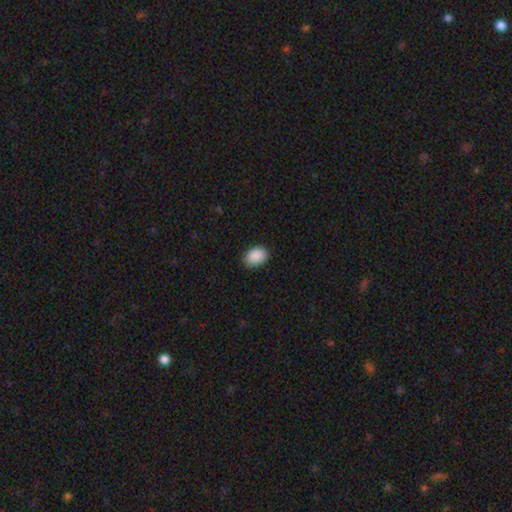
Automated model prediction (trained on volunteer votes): smooth_or_featured: smooth (p=0.90) [alt: star or artifact p=0.07]
how_rounded: in between (p=0.81) [alt: round p=0.18]
merging: none (p=0.86) [alt: minor disturbance p=0.11]